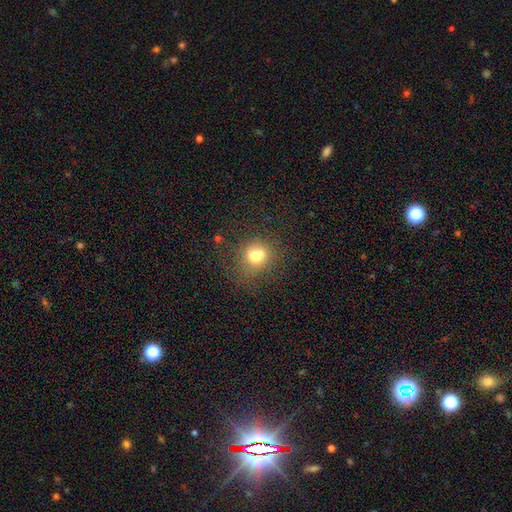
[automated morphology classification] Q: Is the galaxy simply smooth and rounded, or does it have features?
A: smooth — 68%.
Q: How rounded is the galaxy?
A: round — 79%.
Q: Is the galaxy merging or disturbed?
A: none — 47%.